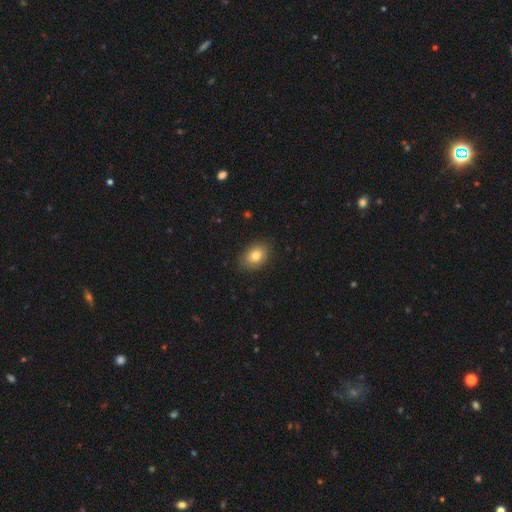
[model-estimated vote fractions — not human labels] smooth-or-featured: smooth: 79% | featured or disk: 11% | star or artifact: 9%
  how-rounded: in between: 76% | round: 23% | cigar-shaped: 1%
  merging: none: 85% | minor disturbance: 12% | major disturbance: 3% | merger: 1%